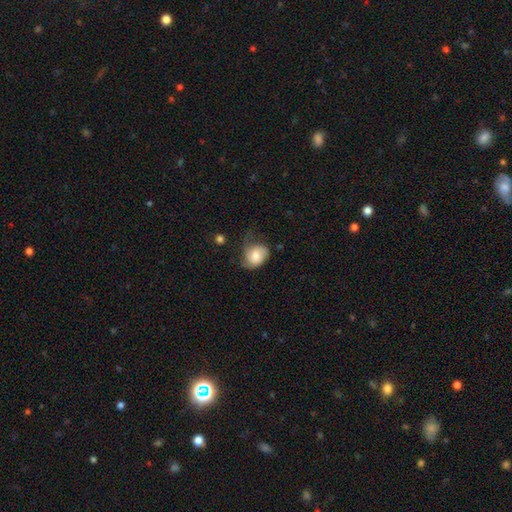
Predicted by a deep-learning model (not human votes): Smooth or featured? smooth (64%)
How rounded? in between (55%)
Merging? minor disturbance (37%)